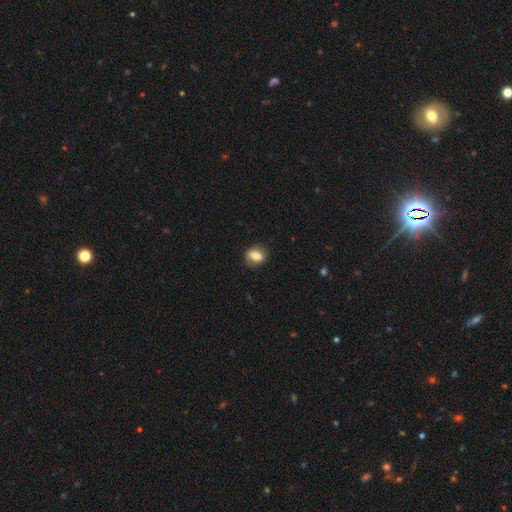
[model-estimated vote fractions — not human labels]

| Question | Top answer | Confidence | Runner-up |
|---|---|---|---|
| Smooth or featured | smooth | 74% | featured or disk (17%) |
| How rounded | in between | 62% | round (35%) |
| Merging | none | 80% | minor disturbance (15%) |